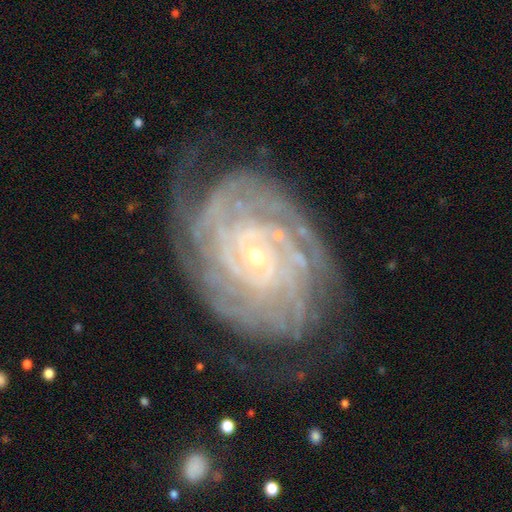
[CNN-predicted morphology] Smooth or featured: featured or disk — 90% (star or artifact — 6%)
Edge-on disk: no — 97% (yes — 3%)
Bar: no — 69% (weak — 22%)
Spiral arms: yes — 98% (no — 2%)
Spiral winding: tight — 84% (medium — 14%)
Spiral arm count: can't tell — 26% (4 — 20%)
Bulge size: small — 83% (moderate — 14%)
Merging: none — 71% (minor disturbance — 18%)